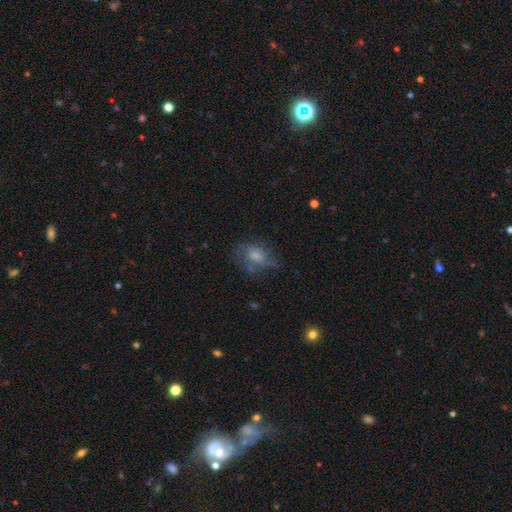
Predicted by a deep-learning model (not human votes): A smooth galaxy with no disk features (58%) that is in between round and cigar-shaped (71%). Merging: none (43%).